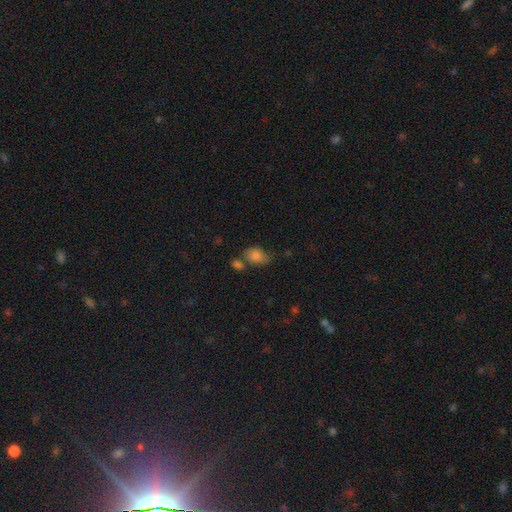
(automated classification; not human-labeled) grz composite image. It shows a smooth galaxy with no disk features (80%) that is in between round and cigar-shaped (76%). Merging: none (46%).